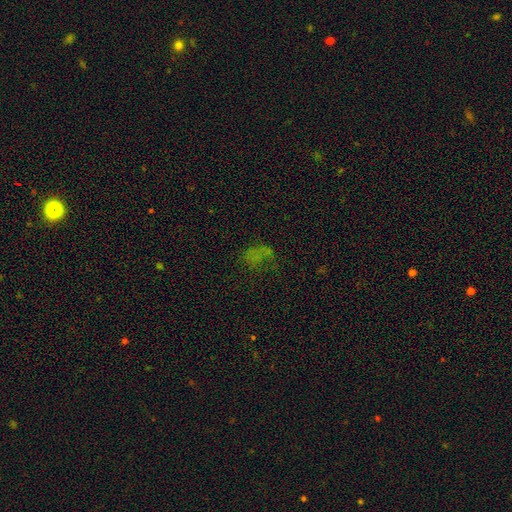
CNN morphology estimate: smooth_or_featured: smooth (p=0.41) [alt: star or artifact p=0.40]
merging: none (p=0.45) [alt: major disturbance p=0.30]